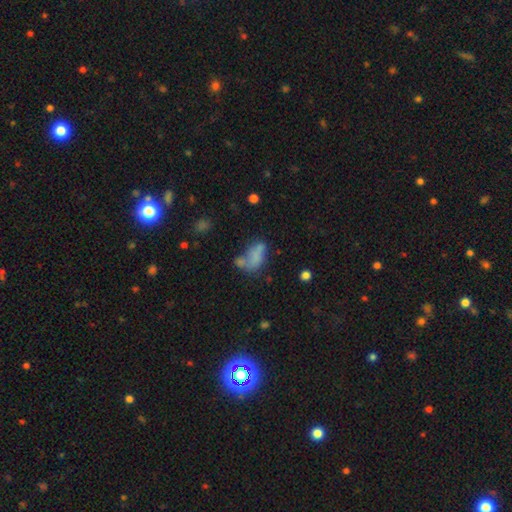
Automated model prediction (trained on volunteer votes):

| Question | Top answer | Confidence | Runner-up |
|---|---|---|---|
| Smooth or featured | smooth | 64% | featured or disk (23%) |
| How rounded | in between | 87% | round (7%) |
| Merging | merger | 30% | none (27%) |